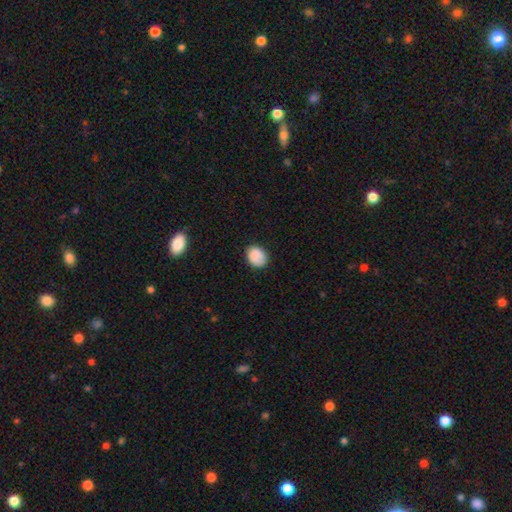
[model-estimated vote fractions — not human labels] Q: Smooth or featured?
A: smooth (85%); runner-up: star or artifact (8%)
Q: How rounded?
A: in between (55%); runner-up: round (44%)
Q: Merging?
A: none (79%); runner-up: minor disturbance (16%)